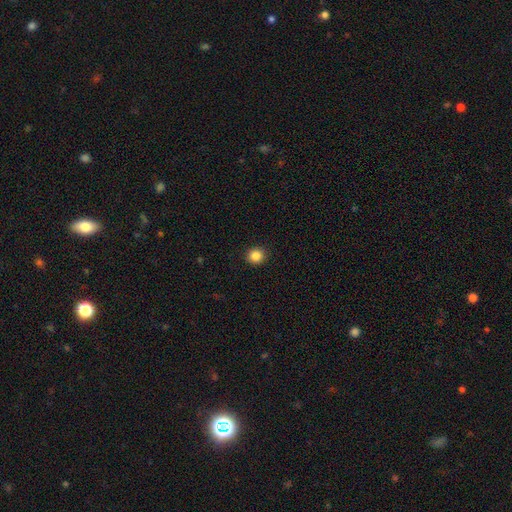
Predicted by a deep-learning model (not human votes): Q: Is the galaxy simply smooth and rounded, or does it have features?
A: smooth — 86%.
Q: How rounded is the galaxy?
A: round — 89%.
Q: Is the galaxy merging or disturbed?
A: none — 92%.